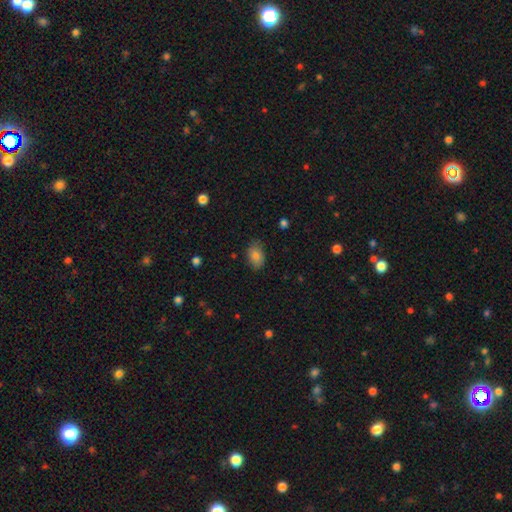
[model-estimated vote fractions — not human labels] smooth_or_featured: smooth (p=0.85) [alt: star or artifact p=0.08]
how_rounded: in between (p=0.87) [alt: round p=0.12]
merging: none (p=0.80) [alt: minor disturbance p=0.15]